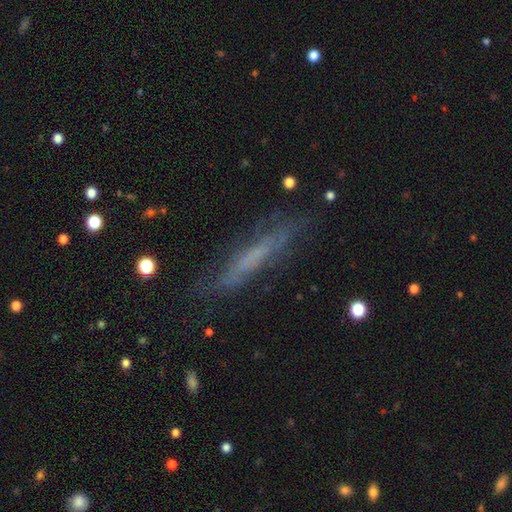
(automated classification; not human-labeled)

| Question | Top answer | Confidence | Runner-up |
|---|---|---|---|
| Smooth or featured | featured or disk | 46% | smooth (41%) |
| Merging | none | 79% | minor disturbance (15%) |